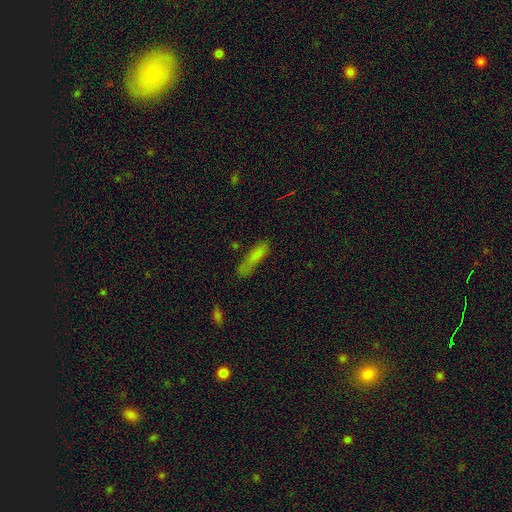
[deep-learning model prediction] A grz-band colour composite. It shows a smooth galaxy with no disk features (74%) that is cigar-shaped (74%). Merging: none (60%).